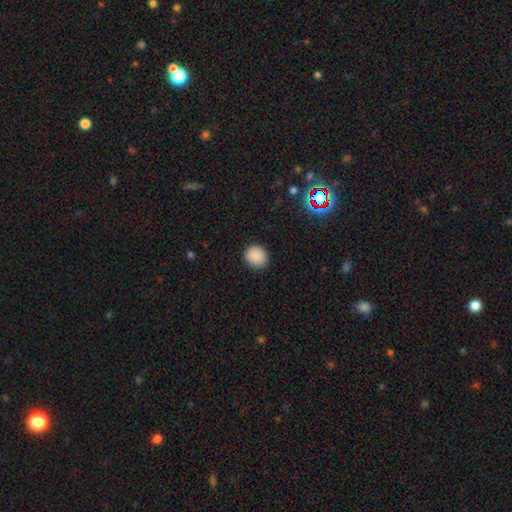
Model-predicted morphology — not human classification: Q: Smooth or featured?
A: smooth (88%); runner-up: star or artifact (9%)
Q: How rounded?
A: round (85%); runner-up: in between (14%)
Q: Merging?
A: none (90%); runner-up: minor disturbance (7%)